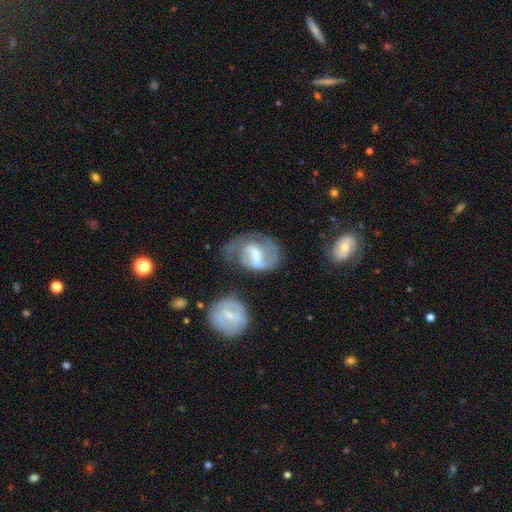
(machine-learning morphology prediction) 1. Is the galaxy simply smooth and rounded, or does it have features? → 68% featured or disk, 25% smooth, 7% star or artifact.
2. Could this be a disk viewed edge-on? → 96% no, 4% yes.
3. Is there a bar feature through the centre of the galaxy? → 45% weak, 41% strong, 14% no.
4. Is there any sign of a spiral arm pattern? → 74% yes, 26% no.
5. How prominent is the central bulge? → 48% moderate, 26% small, 13% large, 11% none, 2% dominant.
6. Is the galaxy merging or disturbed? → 37% none, 29% major disturbance, 25% minor disturbance, 10% merger.